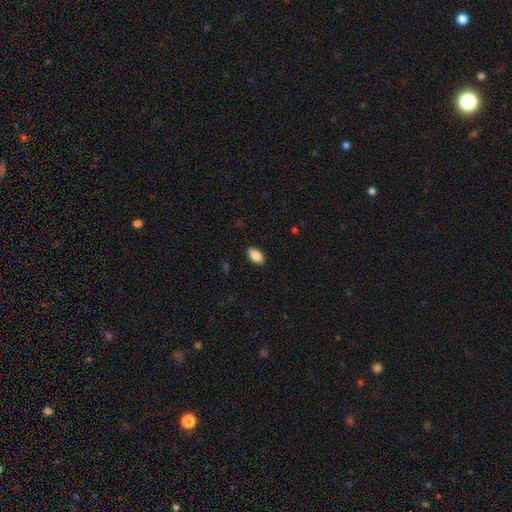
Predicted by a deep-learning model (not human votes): The model was most divided on "merging": none: 89%, minor disturbance: 8%, major disturbance: 2%, merger: 1%. More confident: how rounded — in between (94%); smooth or featured — smooth (88%).